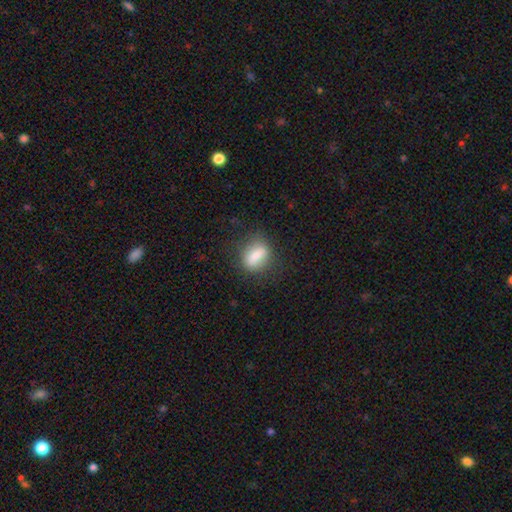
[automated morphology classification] Smooth or featured?
  - smooth: 71% *
  - featured or disk: 21%
  - star or artifact: 9%
How rounded?
  - in between: 64% *
  - round: 22%
  - cigar-shaped: 13%
Merging?
  - none: 78% *
  - minor disturbance: 14%
  - major disturbance: 6%
  - merger: 2%